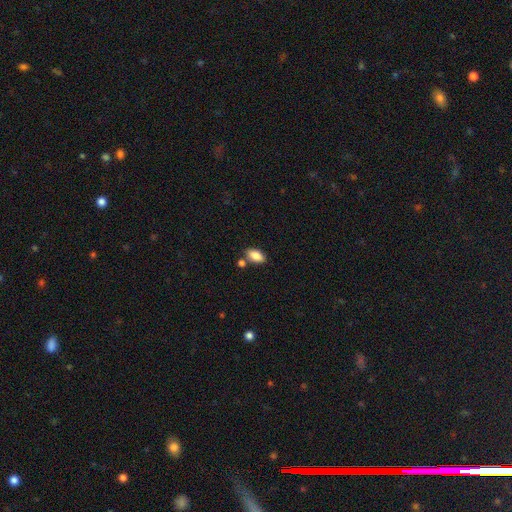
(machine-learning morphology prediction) Smooth or featured? Predicted: smooth (p=0.85). How rounded? Predicted: in between (p=0.92). Merging? Predicted: none (p=0.74).